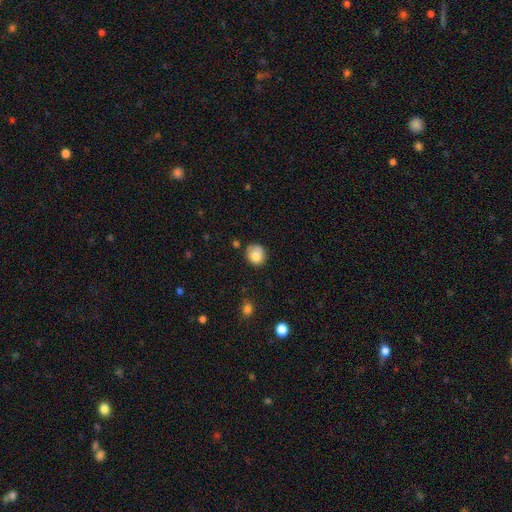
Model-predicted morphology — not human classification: Smooth or featured? smooth (81%)
How rounded? round (79%)
Merging? none (67%)